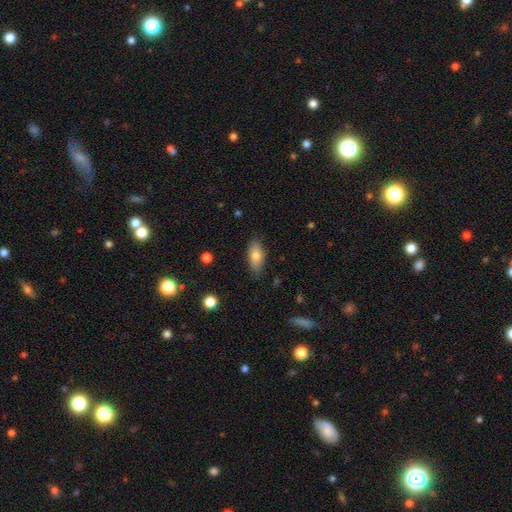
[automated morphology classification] A smooth galaxy with no disk features (76%) that is in between round and cigar-shaped (85%).

Vote fractions:
- Smooth or featured? smooth: 76% / featured or disk: 16% / star or artifact: 7%
- How rounded? in between: 85% / cigar-shaped: 11% / round: 4%
- Merging? none: 79% / minor disturbance: 17% / major disturbance: 3% / merger: 1%